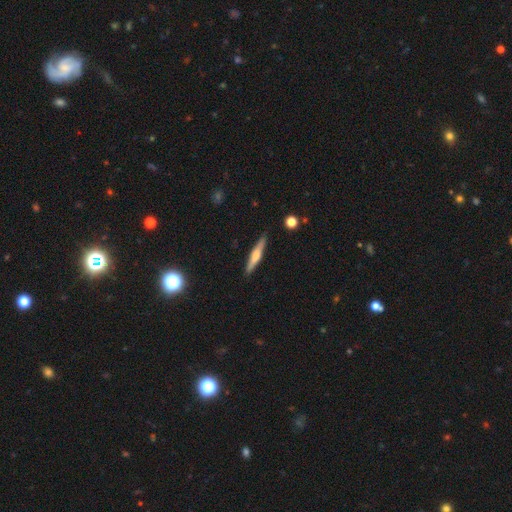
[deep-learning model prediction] smooth 47% (tied), featured or disk 47% (tied), star or artifact 6%. Down the decision tree: merging — none (87%).